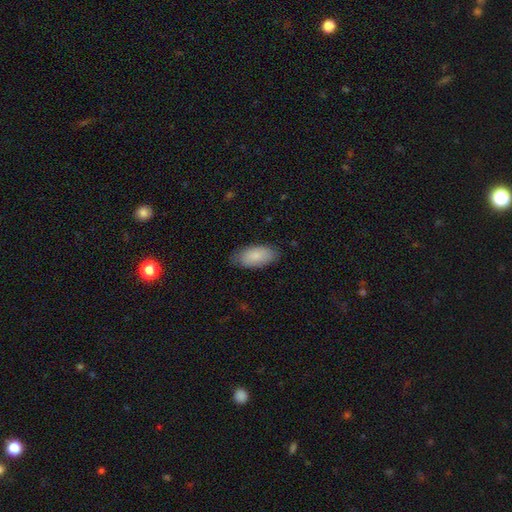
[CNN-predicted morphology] Smooth or featured?
  - smooth: 85% *
  - featured or disk: 9%
  - star or artifact: 6%
How rounded?
  - in between: 93% *
  - cigar-shaped: 5%
  - round: 2%
Merging?
  - none: 79% *
  - minor disturbance: 17%
  - major disturbance: 3%
  - merger: 1%